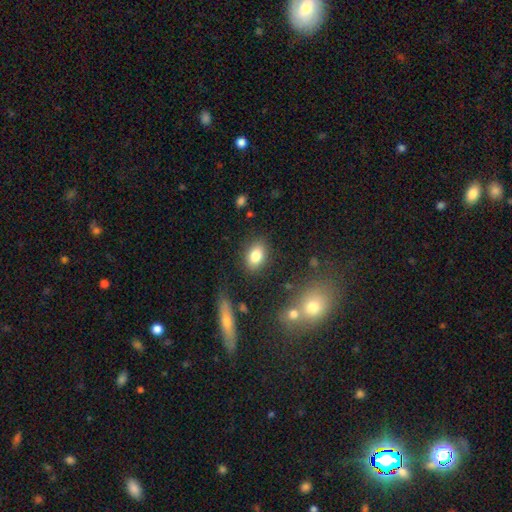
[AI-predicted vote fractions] A smooth galaxy with no disk features (82%) that is in between round and cigar-shaped (81%). Merging: none (84%).